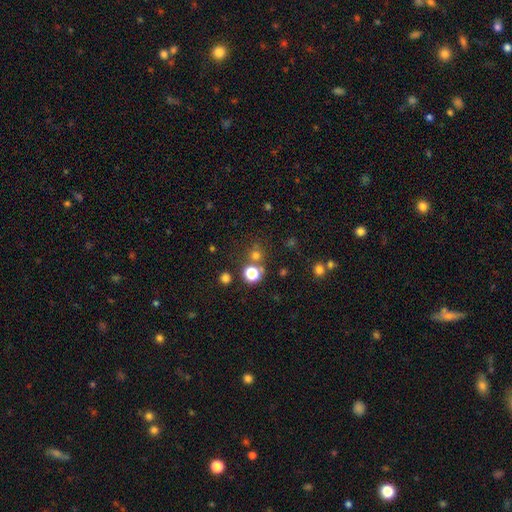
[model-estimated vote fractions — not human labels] This is possibly a smooth galaxy (59%). How rounded: clearly round (88%). Merging: likely none (73%).